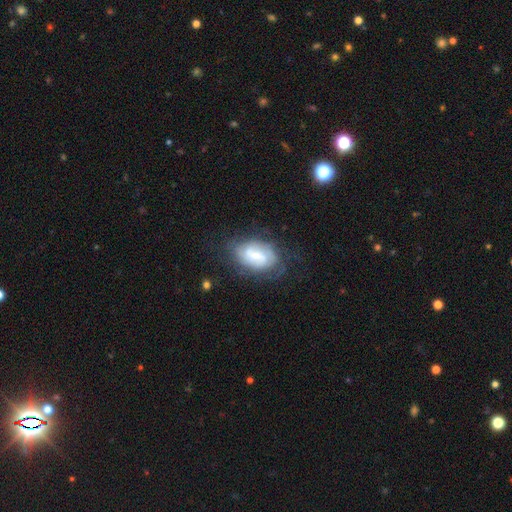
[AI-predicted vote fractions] Overall: featured or disk (54%; smooth 38%). Edge-on disk: no (96%). Bar: weak (45%; no 39%). Spiral arms: yes (75%). Bulge size: small (40%; moderate 31%). Merging: none (59%; minor disturbance 24%).